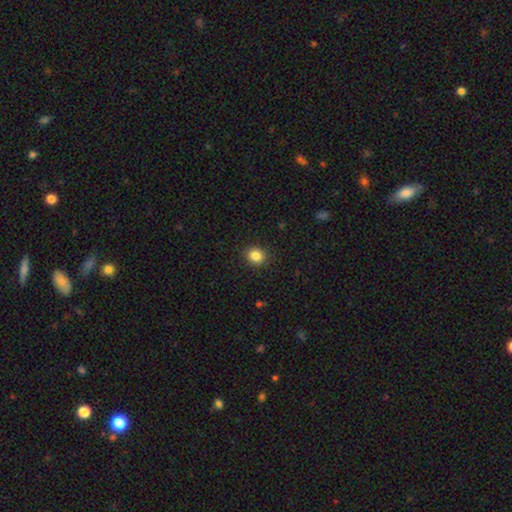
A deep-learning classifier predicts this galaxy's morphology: A smooth galaxy with no disk features (86%) that is round (78%). Merging: none (90%).